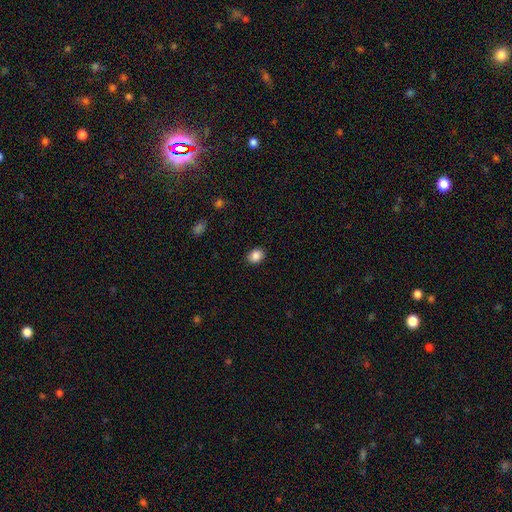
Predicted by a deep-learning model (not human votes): The model was most divided on "how rounded": in between: 53%, round: 46%, cigar-shaped: 1%. More confident: merging — none (89%); smooth or featured — smooth (87%).